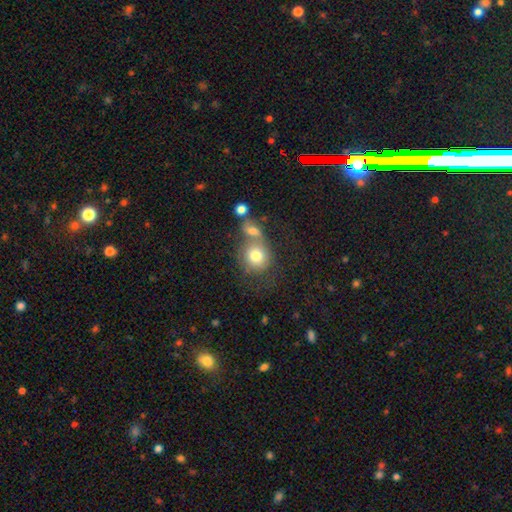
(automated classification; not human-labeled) smooth-or-featured: smooth: 76% | featured or disk: 14% | star or artifact: 10%
  how-rounded: round: 80% | in between: 19% | cigar-shaped: 1%
  merging: merger: 46% | none: 37% | minor disturbance: 10% | major disturbance: 7%